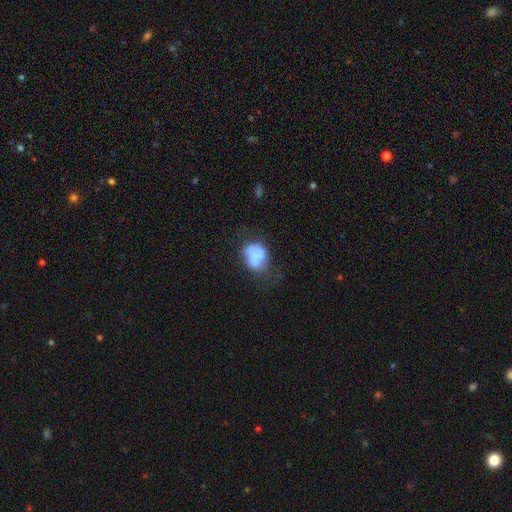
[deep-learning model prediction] Q: Smooth or featured?
A: smooth (67%); runner-up: featured or disk (23%)
Q: How rounded?
A: in between (62%); runner-up: round (37%)
Q: Merging?
A: none (36%); runner-up: minor disturbance (31%)